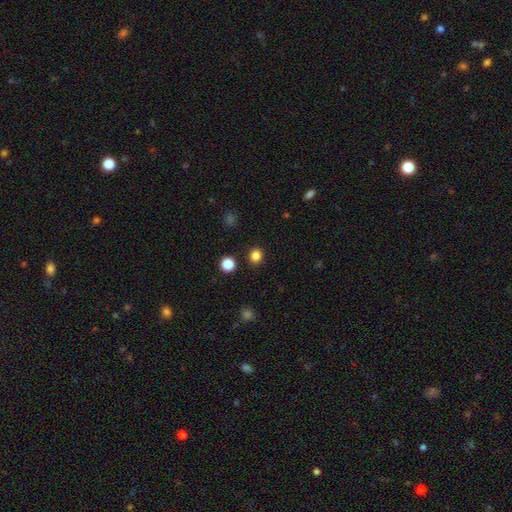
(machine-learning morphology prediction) type=smooth (83%); roundness=round (79%); merging=none (90%).